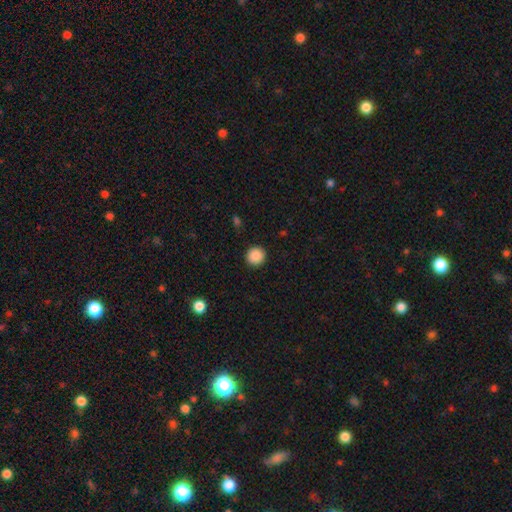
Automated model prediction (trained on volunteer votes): Smooth or featured?
  - smooth: 89% *
  - star or artifact: 9%
  - featured or disk: 2%
How rounded?
  - round: 94% *
  - in between: 5%
  - cigar-shaped: 1%
Merging?
  - none: 92% *
  - minor disturbance: 5%
  - major disturbance: 2%
  - merger: 1%